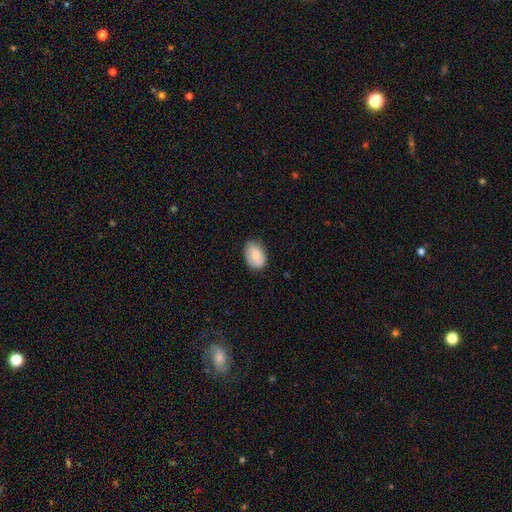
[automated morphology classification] A smooth galaxy with no disk features (84%) that is in between round and cigar-shaped (87%).

Vote fractions:
- Smooth or featured? smooth: 84% / featured or disk: 9% / star or artifact: 7%
- How rounded? in between: 87% / round: 12% / cigar-shaped: 1%
- Merging? none: 78% / minor disturbance: 17% / major disturbance: 3% / merger: 1%